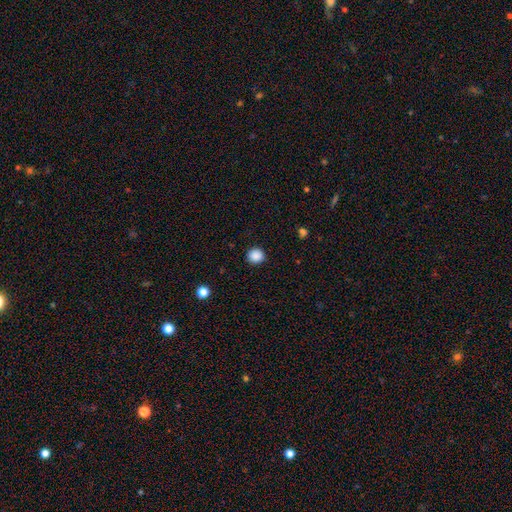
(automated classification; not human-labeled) The model was most divided on "smooth or featured": smooth: 88%, star or artifact: 10%, featured or disk: 2%. More confident: how rounded — round (91%); merging — none (91%).